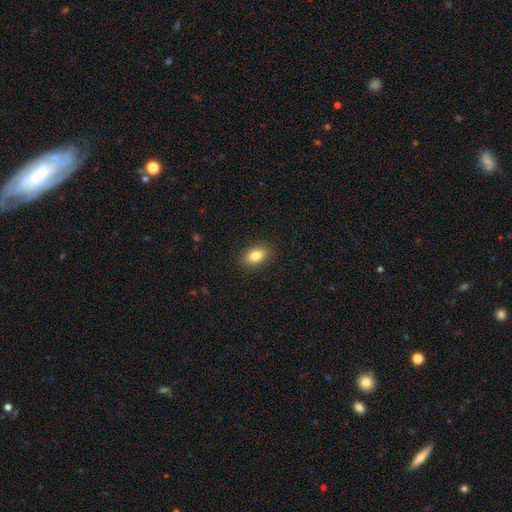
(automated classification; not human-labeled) This appears to be a smooth galaxy with no disk features (83%) that is in between round and cigar-shaped (87%). Merging: none (89%).